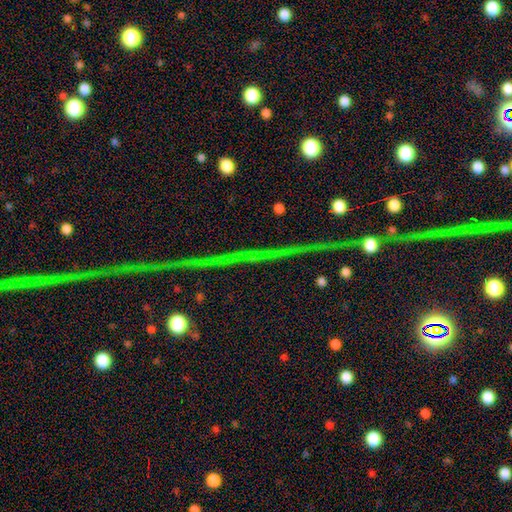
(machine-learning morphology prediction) type=star or artifact (71%).